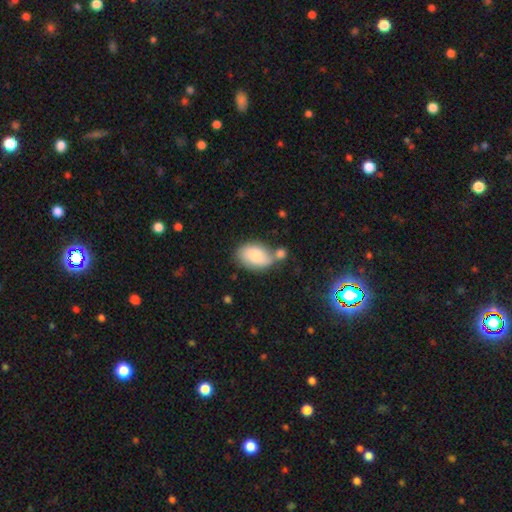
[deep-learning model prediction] This is likely a smooth galaxy (79%). How rounded: clearly in between (88%). Merging: possibly none (48%).